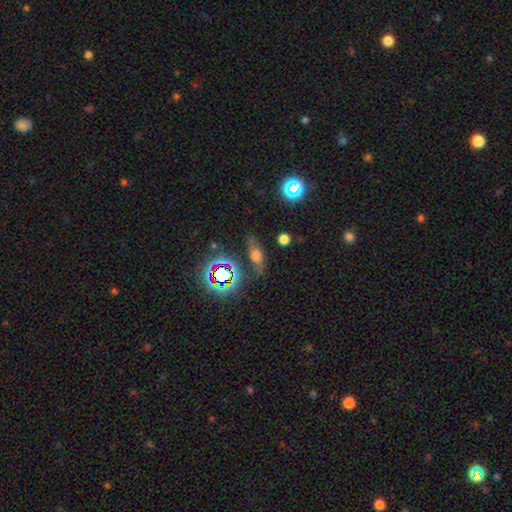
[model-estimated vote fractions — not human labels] This appears to be a smooth galaxy with no disk features (46%). Merging: none (71%).